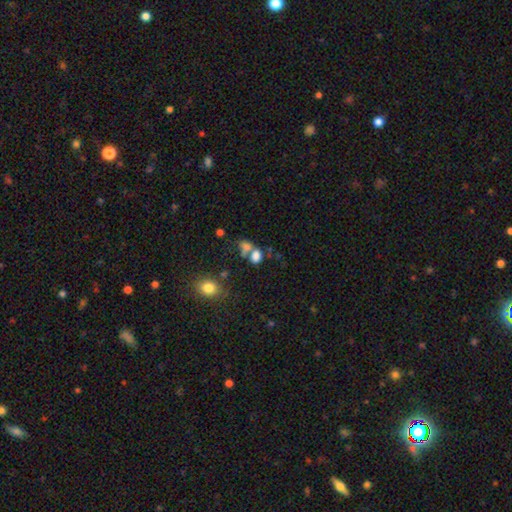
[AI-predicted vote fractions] A smooth galaxy with no disk features (75%) that is in between round and cigar-shaped (69%). Merging: merger (49%).